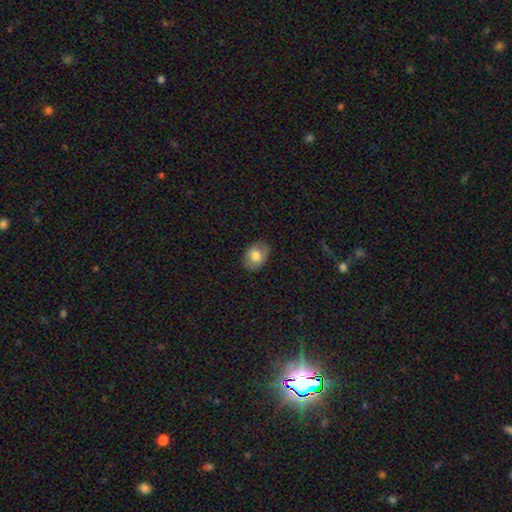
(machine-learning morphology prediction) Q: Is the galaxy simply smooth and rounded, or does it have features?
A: smooth — 73%.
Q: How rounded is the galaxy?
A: in between — 76%.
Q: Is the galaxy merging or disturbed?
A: none — 81%.